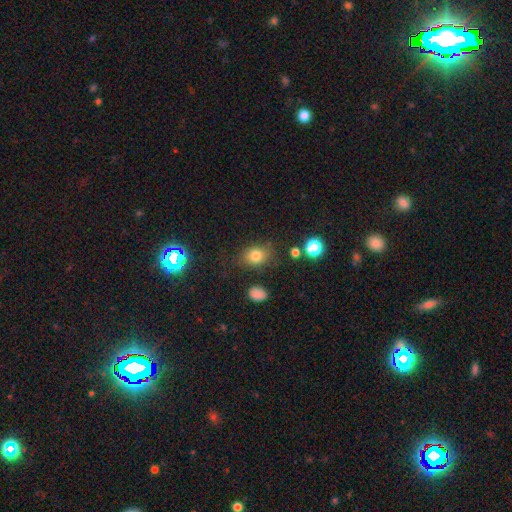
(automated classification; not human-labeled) This appears to be a smooth galaxy with no disk features (79%) that is in between round and cigar-shaped (61%). Merging: none (76%).